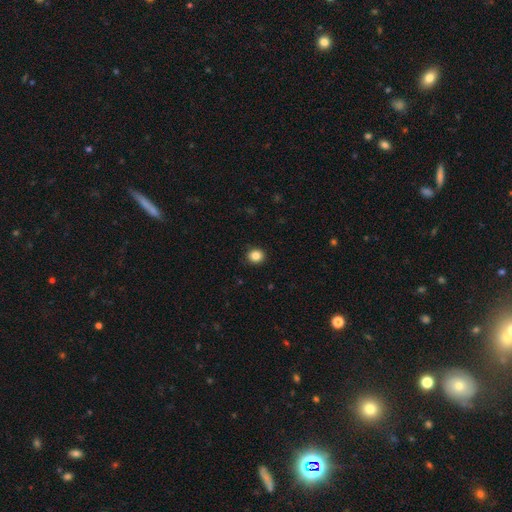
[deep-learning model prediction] Smooth or featured: smooth — 85% (star or artifact — 11%)
How rounded: round — 81% (in between — 18%)
Merging: none — 91% (minor disturbance — 6%)